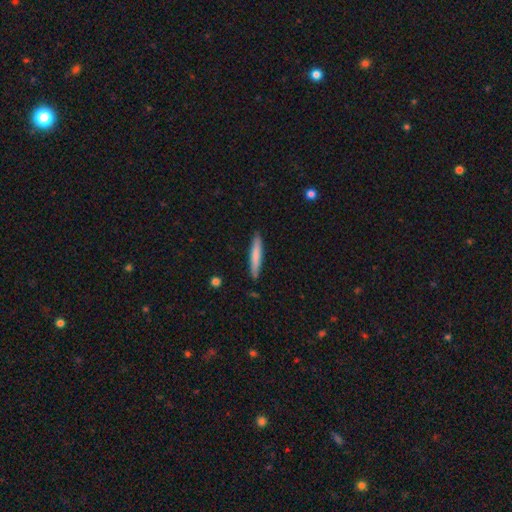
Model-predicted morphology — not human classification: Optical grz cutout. It shows a smooth galaxy with no disk features (73%) that is cigar-shaped (94%). Merging: none (89%).